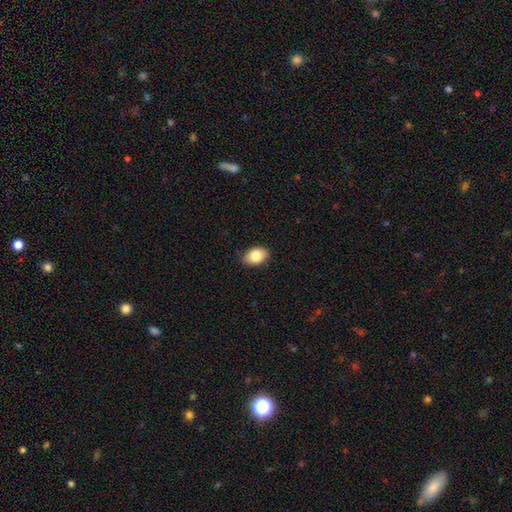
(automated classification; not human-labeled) A smooth galaxy with no disk features (84%) that is in between round and cigar-shaped (84%). Merging: none (84%).